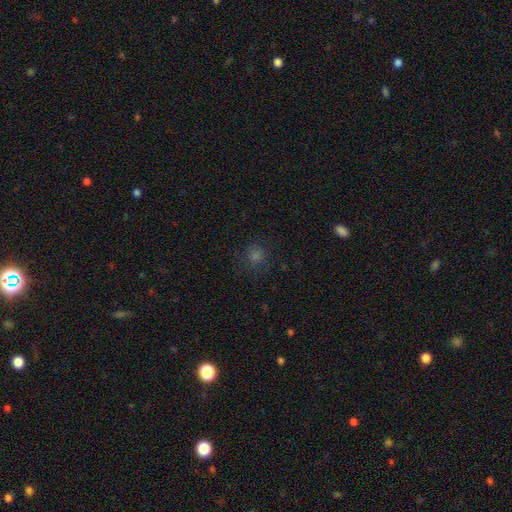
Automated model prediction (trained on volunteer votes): A smooth galaxy with no disk features (60%) that is round (91%).

Vote fractions:
- Smooth or featured? smooth: 60% / star or artifact: 30% / featured or disk: 10%
- How rounded? round: 91% / in between: 8% / cigar-shaped: 1%
- Merging? none: 81% / minor disturbance: 11% / major disturbance: 6% / merger: 1%